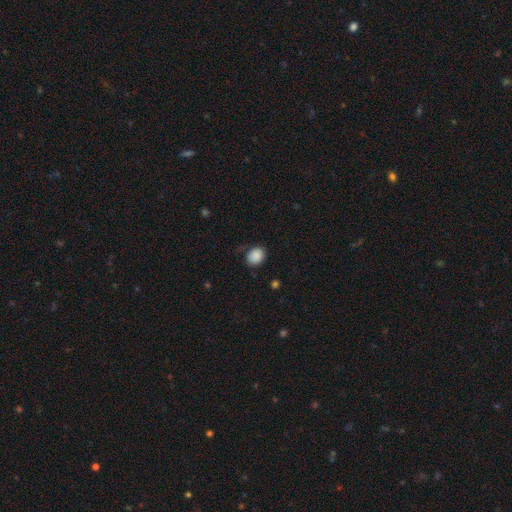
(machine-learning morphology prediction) A smooth galaxy with no disk features (86%) that is round (51%). Merging: none (71%).